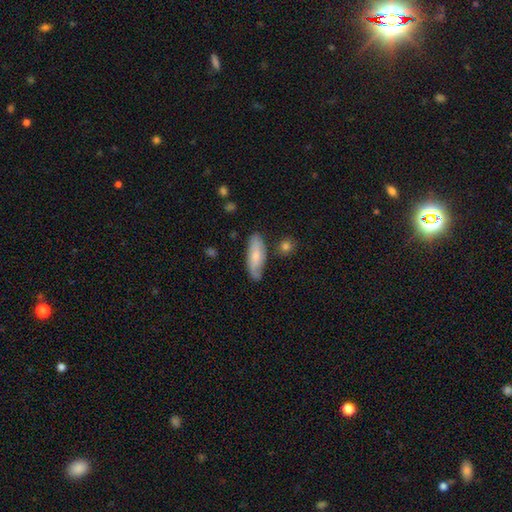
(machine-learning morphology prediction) type=smooth (63%); roundness=in between (63%); merging=none (73%).